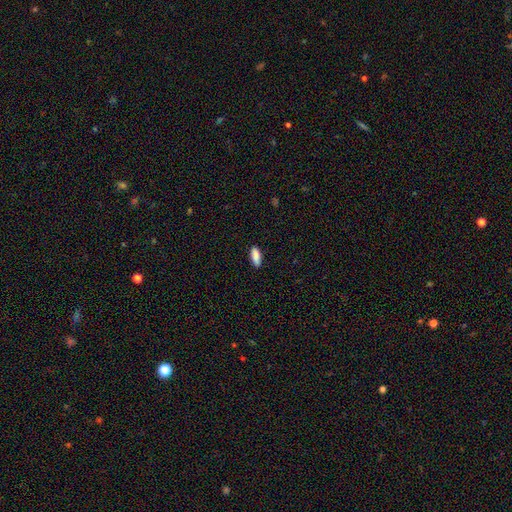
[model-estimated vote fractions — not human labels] Smooth or featured?
  - smooth: 88% *
  - star or artifact: 7%
  - featured or disk: 5%
How rounded?
  - in between: 67% *
  - cigar-shaped: 31%
  - round: 2%
Merging?
  - none: 86% *
  - minor disturbance: 11%
  - major disturbance: 2%
  - merger: 1%